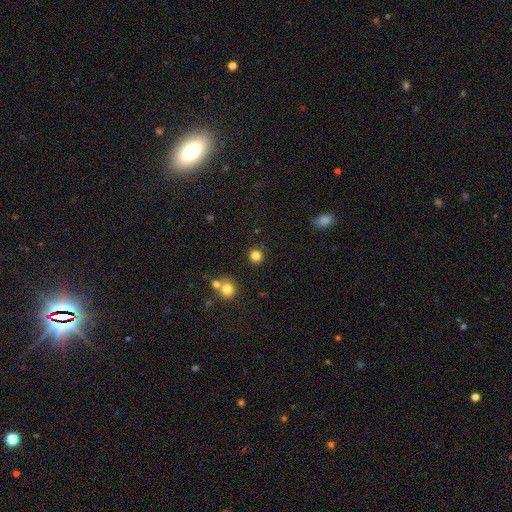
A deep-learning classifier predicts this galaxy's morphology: smooth-or-featured: smooth: 83% | star or artifact: 13% | featured or disk: 5%
  how-rounded: round: 92% | in between: 7% | cigar-shaped: 1%
  merging: none: 89% | minor disturbance: 6% | merger: 3% | major disturbance: 2%